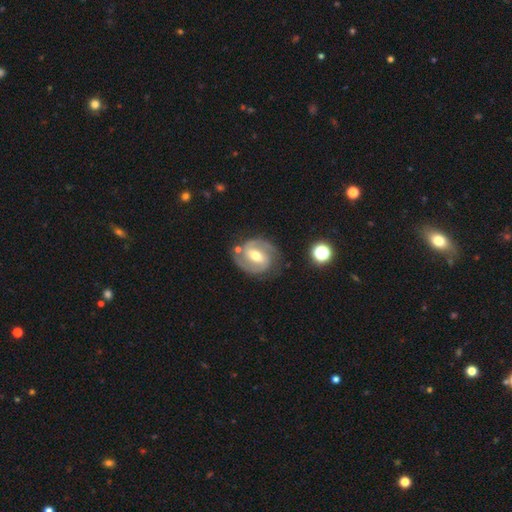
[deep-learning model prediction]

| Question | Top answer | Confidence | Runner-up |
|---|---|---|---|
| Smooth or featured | featured or disk | 88% | smooth (7%) |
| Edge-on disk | no | 98% | yes (2%) |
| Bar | weak | 44% | strong (40%) |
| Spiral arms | yes | 97% | no (3%) |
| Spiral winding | medium | 46% | tied: tight (46%) |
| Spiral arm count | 2 | 91% | can't tell (3%) |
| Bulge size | moderate | 68% | small (24%) |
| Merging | none | 79% | minor disturbance (13%) |